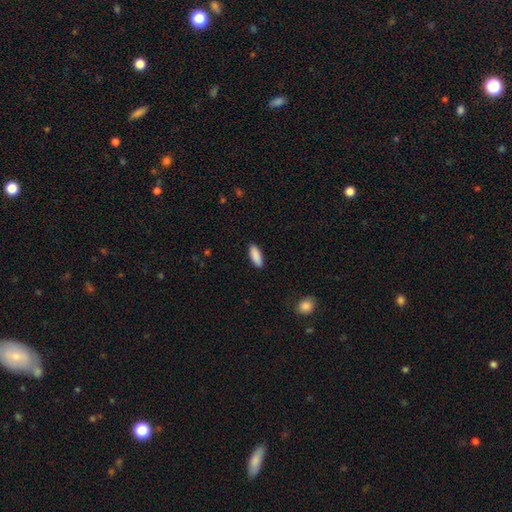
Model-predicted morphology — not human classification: smooth-or-featured: smooth: 90% | star or artifact: 6% | featured or disk: 4%
  how-rounded: in between: 67% | cigar-shaped: 31% | round: 2%
  merging: none: 89% | minor disturbance: 8% | major disturbance: 2% | merger: 1%